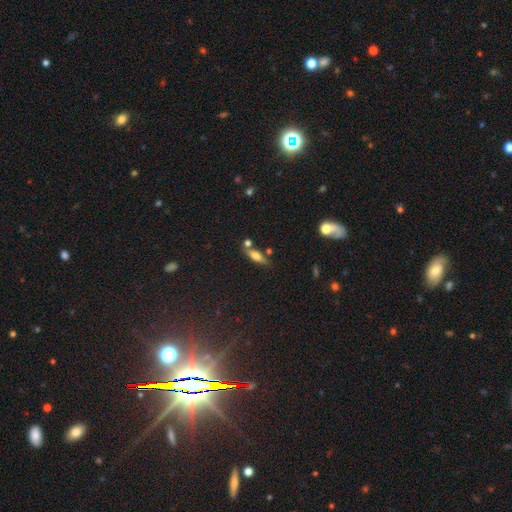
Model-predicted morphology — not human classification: The model was most divided on "how rounded": cigar-shaped: 51%, in between: 45%, round: 4%. More confident: merging — none (67%); smooth or featured — smooth (52%).